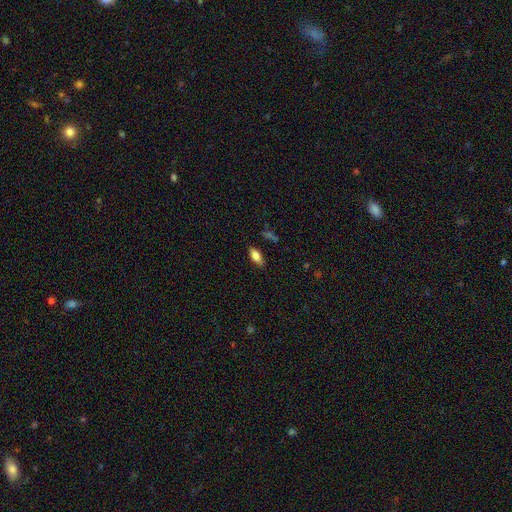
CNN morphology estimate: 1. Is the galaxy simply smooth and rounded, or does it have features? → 81% smooth, 11% featured or disk, 8% star or artifact.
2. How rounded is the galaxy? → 84% in between, 13% cigar-shaped, 3% round.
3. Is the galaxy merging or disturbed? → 83% none, 12% minor disturbance, 3% major disturbance, 2% merger.